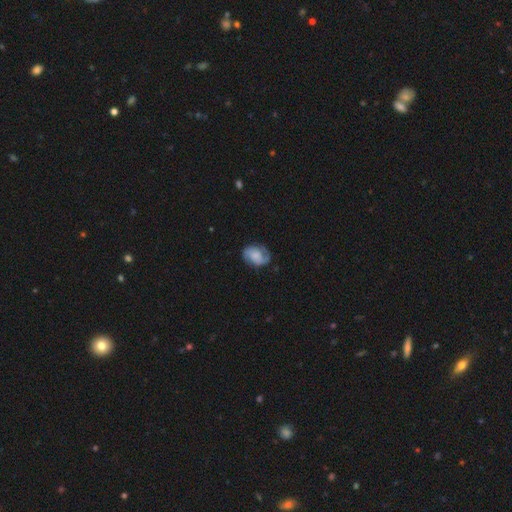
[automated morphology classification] This appears to be a featured or disk galaxy (75%) with no bar (59%), 2 (88%) medium (49%) spiral arms (96%) and no central bulge (35%). Merging: none (77%).